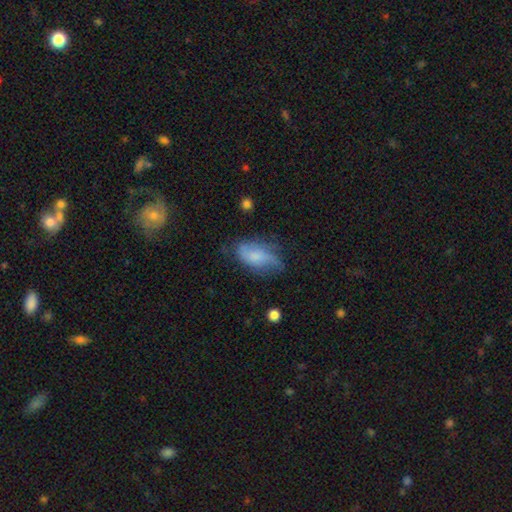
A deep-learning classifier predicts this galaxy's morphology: This is possibly a smooth galaxy (53%). How rounded: clearly in between (89%). Merging: possibly none (52%).